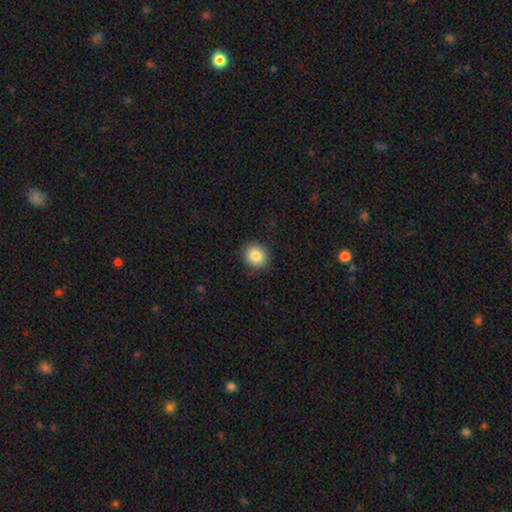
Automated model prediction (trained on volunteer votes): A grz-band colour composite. It shows a smooth galaxy with no disk features (85%) that is round (80%). Merging: none (89%).